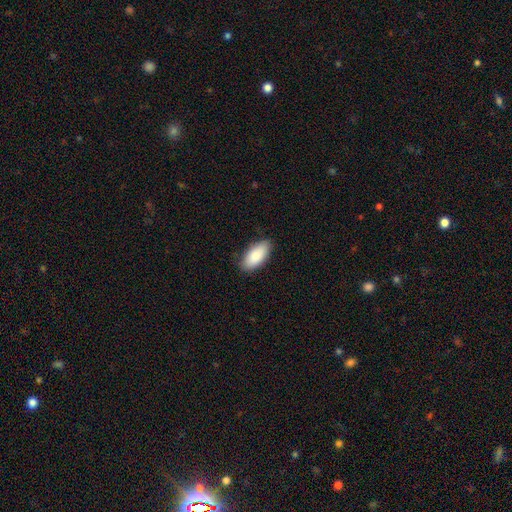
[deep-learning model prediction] Smooth or featured? Predicted: smooth (p=0.89). How rounded? Predicted: in between (p=0.90). Merging? Predicted: none (p=0.85).